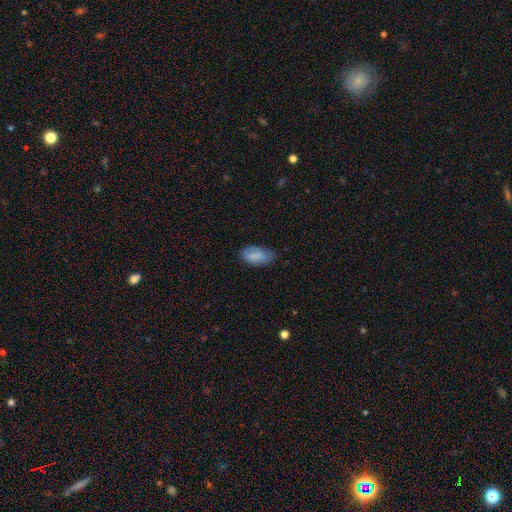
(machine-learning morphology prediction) This is likely a smooth galaxy (76%). How rounded: clearly in between (92%). Merging: possibly none (58%).